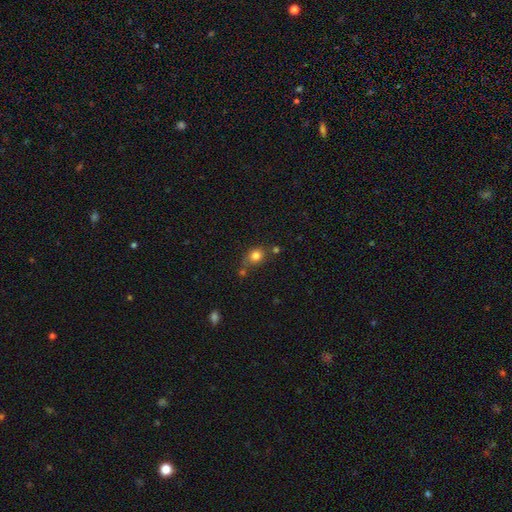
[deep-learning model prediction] Smooth or featured? Predicted: smooth (p=0.81). How rounded? Predicted: round (p=0.66). Merging? Predicted: none (p=0.63).